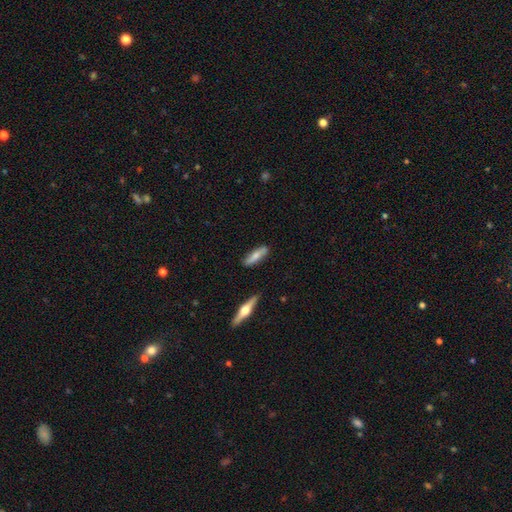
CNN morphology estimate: A smooth galaxy with no disk features (62%) that is cigar-shaped (61%). Merging: none (84%).